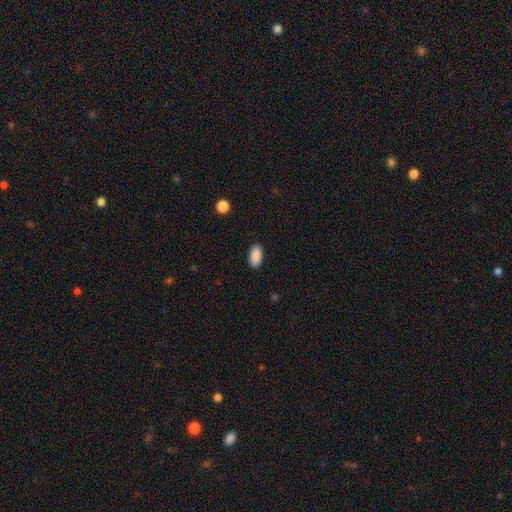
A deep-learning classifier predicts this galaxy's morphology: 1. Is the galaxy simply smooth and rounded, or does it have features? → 90% smooth, 7% star or artifact, 3% featured or disk.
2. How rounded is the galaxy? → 94% in between, 3% cigar-shaped, 3% round.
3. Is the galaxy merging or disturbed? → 88% none, 8% minor disturbance, 2% major disturbance, 1% merger.